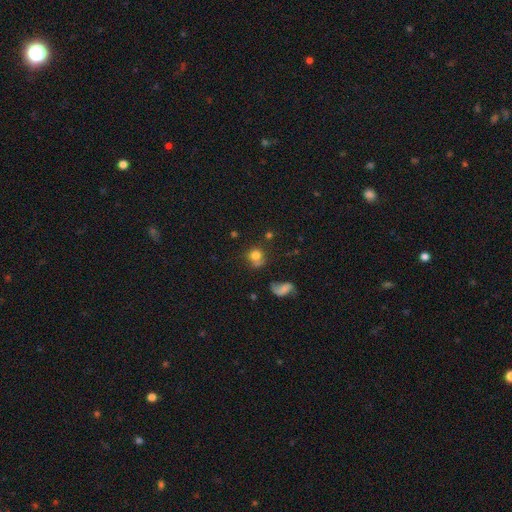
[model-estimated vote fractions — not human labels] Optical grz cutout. It shows a smooth galaxy with no disk features (73%) that is round (82%). Merging: none (57%).